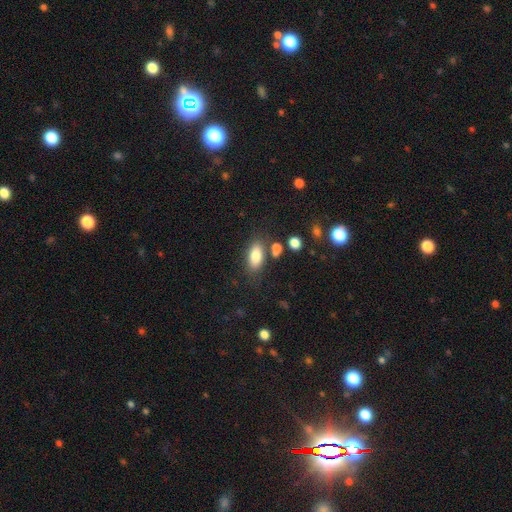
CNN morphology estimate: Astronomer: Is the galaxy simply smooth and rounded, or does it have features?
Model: smooth — 83%.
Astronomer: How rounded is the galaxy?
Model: in between — 88%.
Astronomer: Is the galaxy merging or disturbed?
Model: none — 73%.